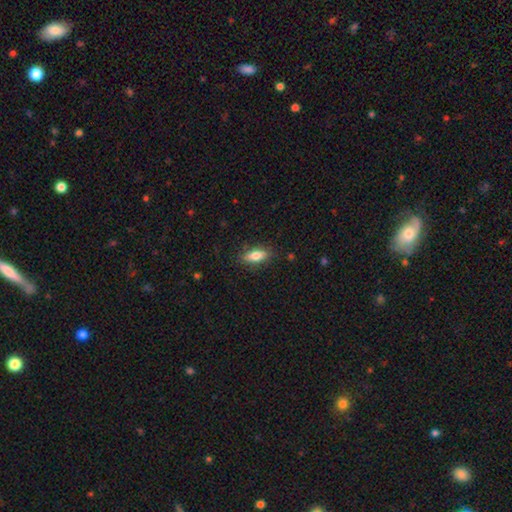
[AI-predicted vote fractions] The model was most divided on "how rounded": in between: 72%, cigar-shaped: 25%, round: 3%. More confident: merging — none (84%); smooth or featured — smooth (77%).